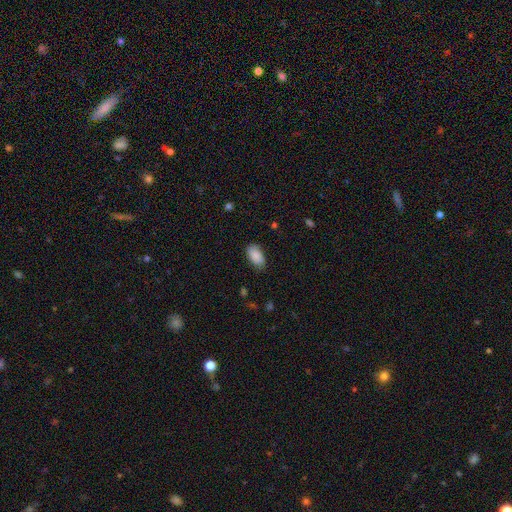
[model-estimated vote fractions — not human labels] This appears to be a smooth galaxy with no disk features (87%) that is in between round and cigar-shaped (94%). Merging: none (79%).